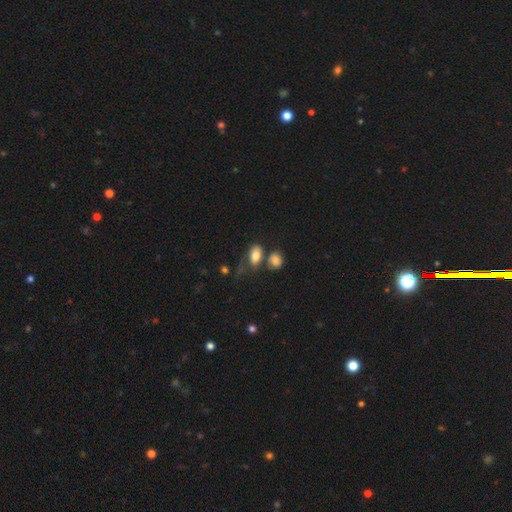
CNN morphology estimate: A smooth galaxy with no disk features (81%) that is in between round and cigar-shaped (85%).

Vote fractions:
- Smooth or featured? smooth: 81% / featured or disk: 10% / star or artifact: 9%
- How rounded? in between: 85% / round: 12% / cigar-shaped: 2%
- Merging? none: 40% / merger: 26% / minor disturbance: 20% / major disturbance: 14%